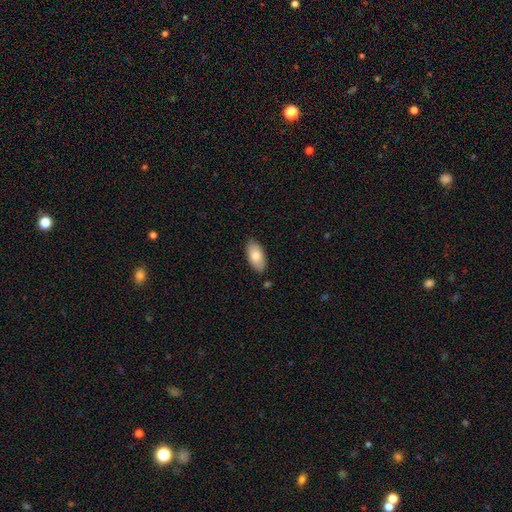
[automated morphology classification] smooth 81%, featured or disk 13%, star or artifact 6%. Down the decision tree: how rounded — in between (93%); merging — none (85%).